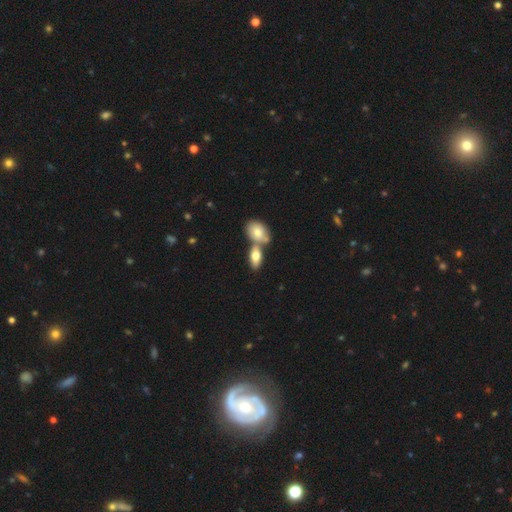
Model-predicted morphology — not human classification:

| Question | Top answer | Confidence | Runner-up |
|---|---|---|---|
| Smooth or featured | smooth | 73% | featured or disk (20%) |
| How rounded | in between | 86% | cigar-shaped (8%) |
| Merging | merger | 48% | none (40%) |